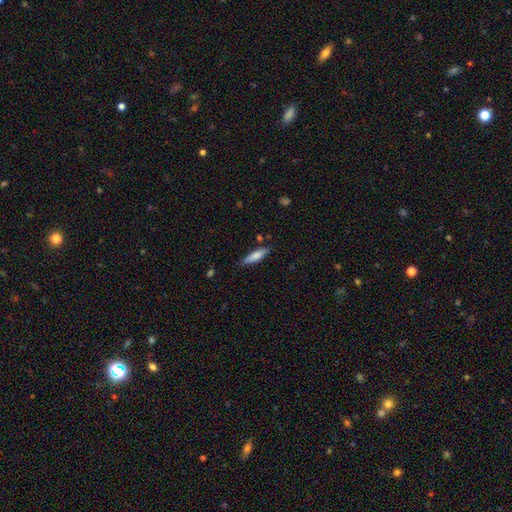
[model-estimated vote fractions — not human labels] Smooth or featured? Predicted: smooth (p=0.74). How rounded? Predicted: cigar-shaped (p=0.73). Merging? Predicted: none (p=0.81).